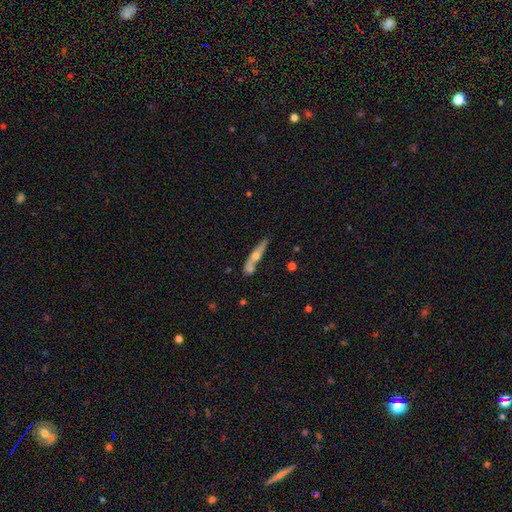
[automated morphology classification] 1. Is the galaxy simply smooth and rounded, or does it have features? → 49% featured or disk, 45% smooth, 6% star or artifact.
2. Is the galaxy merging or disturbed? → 60% none, 19% merger, 16% minor disturbance, 5% major disturbance.